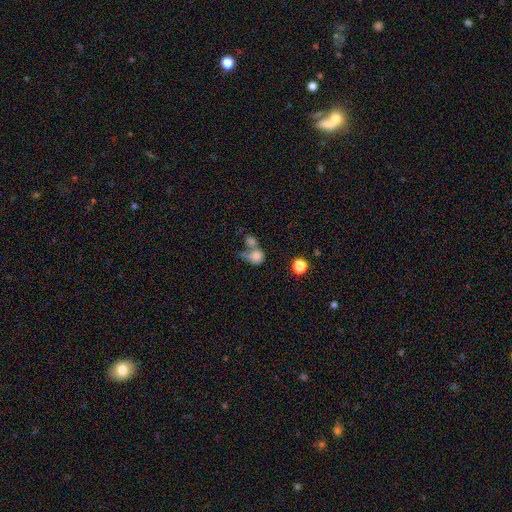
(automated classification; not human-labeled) Smooth or featured? smooth (75%)
How rounded? round (68%)
Merging? merger (54%)